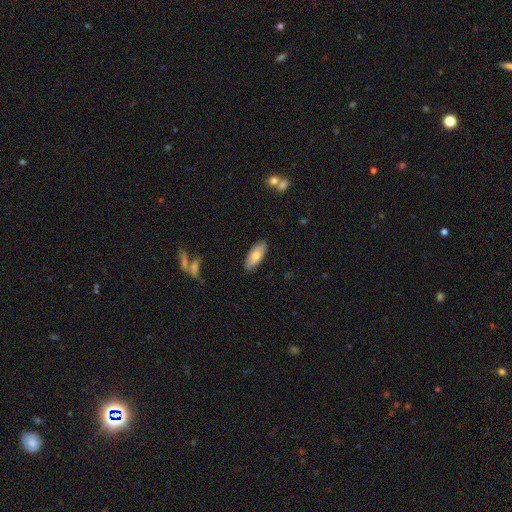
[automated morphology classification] A smooth galaxy with no disk features (77%) that is in between round and cigar-shaped (83%). Merging: none (86%).